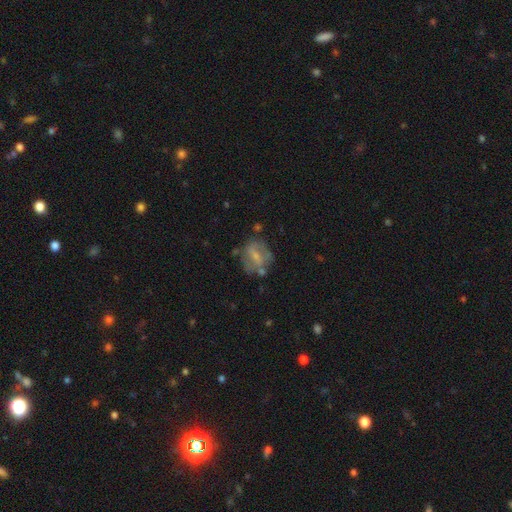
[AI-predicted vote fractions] A featured or disk galaxy (48%). Merging: none (56%).